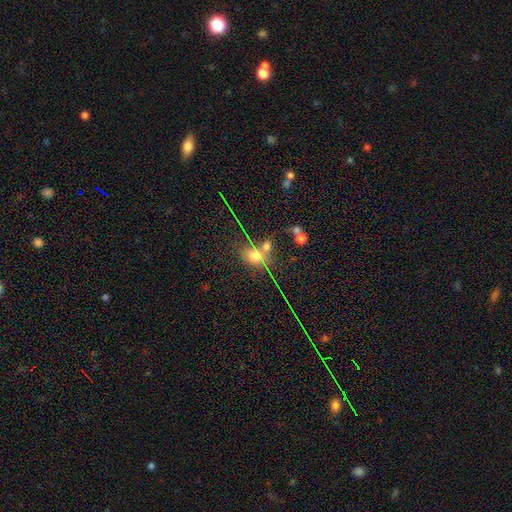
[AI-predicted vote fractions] This appears to be a smooth galaxy with no disk features (62%) that is in between round and cigar-shaped (50%). Merging: none (50%).